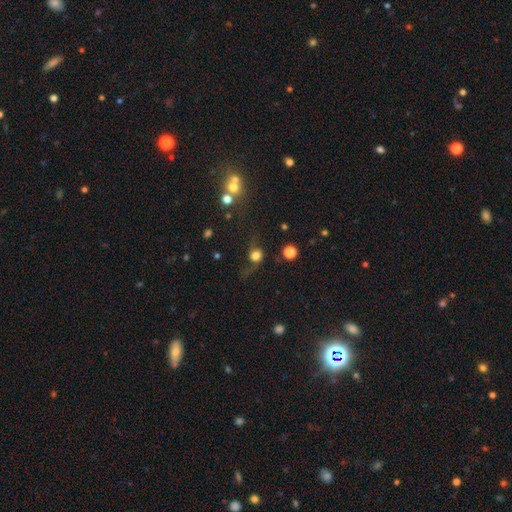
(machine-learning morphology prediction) A smooth galaxy with no disk features (66%) that is round (79%).

Vote fractions:
- Smooth or featured? smooth: 66% / featured or disk: 19% / star or artifact: 14%
- How rounded? round: 79% / in between: 19% / cigar-shaped: 2%
- Merging? none: 45% / major disturbance: 29% / minor disturbance: 20% / merger: 6%